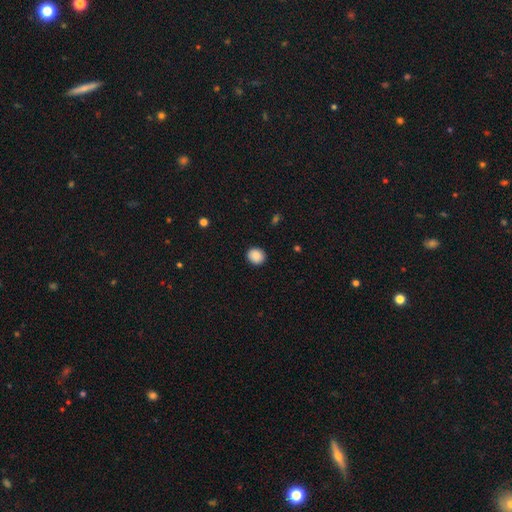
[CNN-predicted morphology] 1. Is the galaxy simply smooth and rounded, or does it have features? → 89% smooth, 8% star or artifact, 3% featured or disk.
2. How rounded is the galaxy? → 73% round, 26% in between, 1% cigar-shaped.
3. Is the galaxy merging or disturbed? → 90% none, 7% minor disturbance, 2% major disturbance, 1% merger.